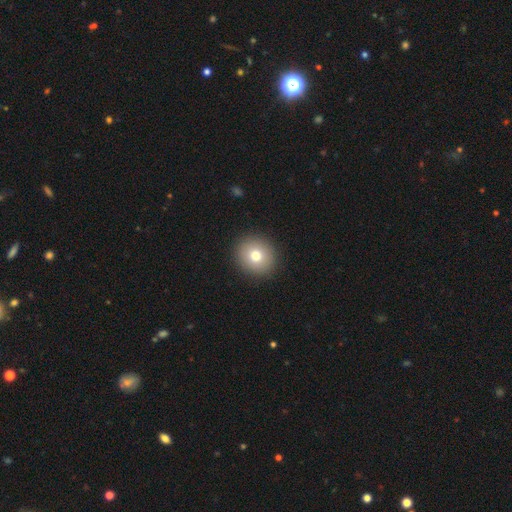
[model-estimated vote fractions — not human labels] The model was most divided on "smooth or featured": smooth: 76%, featured or disk: 13%, star or artifact: 11%. More confident: merging — none (92%); how rounded — round (86%).